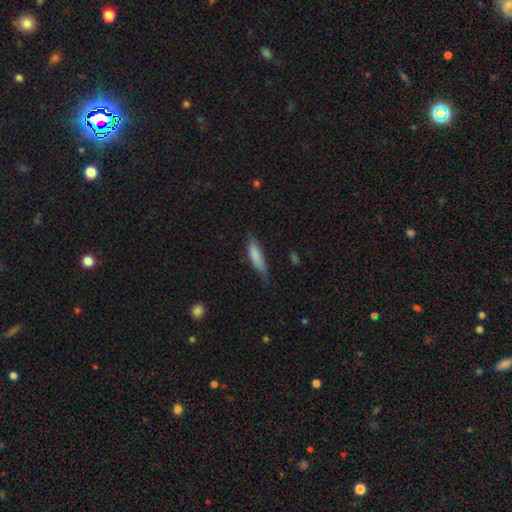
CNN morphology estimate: type=smooth (78%); roundness=cigar-shaped (67%); merging=none (60%).